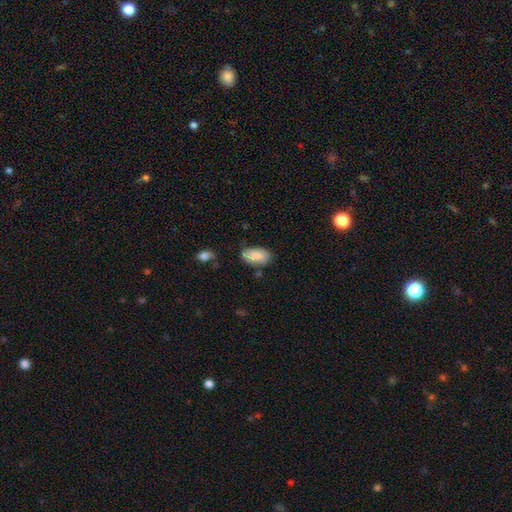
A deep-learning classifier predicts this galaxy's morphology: type=smooth (85%); roundness=in between (94%); merging=none (70%).